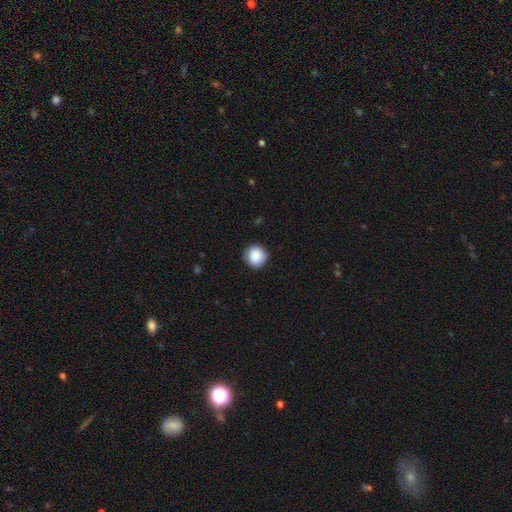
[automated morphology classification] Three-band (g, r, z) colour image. It shows a smooth galaxy with no disk features (88%) that is round (93%). Merging: none (89%).